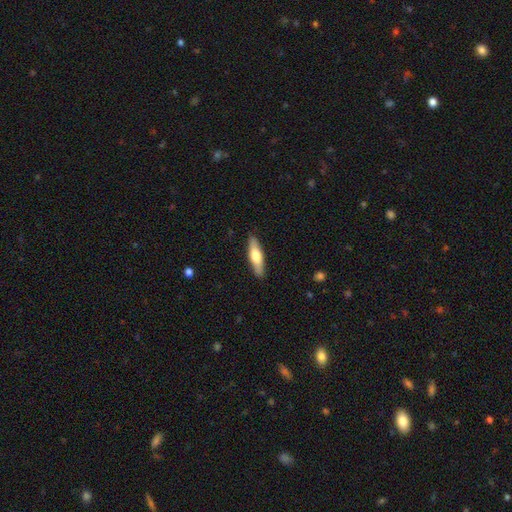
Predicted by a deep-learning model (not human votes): This is possibly a smooth galaxy (58%). How rounded: likely cigar-shaped (67%). Merging: clearly none (88%).